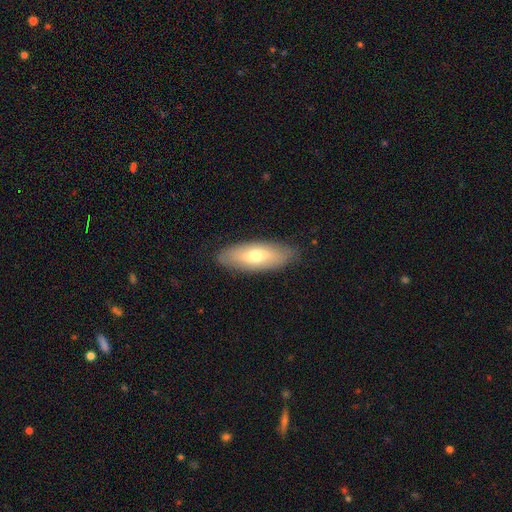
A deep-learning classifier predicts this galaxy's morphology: A smooth galaxy with no disk features (57%) that is in between round and cigar-shaped (75%).

Vote fractions:
- Smooth or featured? smooth: 57% / featured or disk: 37% / star or artifact: 6%
- How rounded? in between: 75% / cigar-shaped: 22% / round: 2%
- Merging? none: 86% / minor disturbance: 11% / major disturbance: 2% / merger: 1%